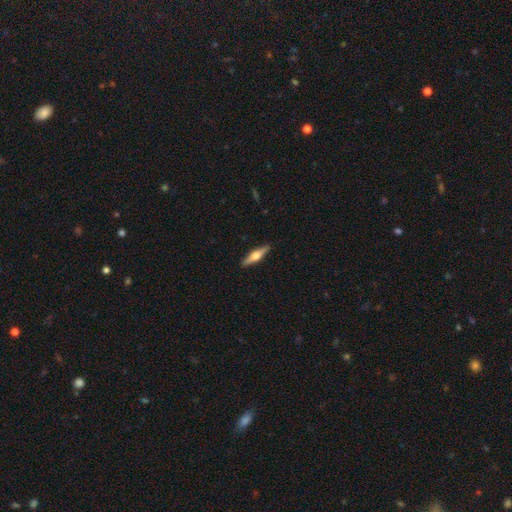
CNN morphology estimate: Smooth or featured?
  - featured or disk: 65% *
  - smooth: 29%
  - star or artifact: 5%
Edge-on disk?
  - yes: 97% *
  - no: 3%
Edge-on bulge?
  - rounded: 94% *
  - boxy: 4%
  - none: 2%
Merging?
  - none: 91% *
  - minor disturbance: 7%
  - major disturbance: 1%
  - merger: 1%